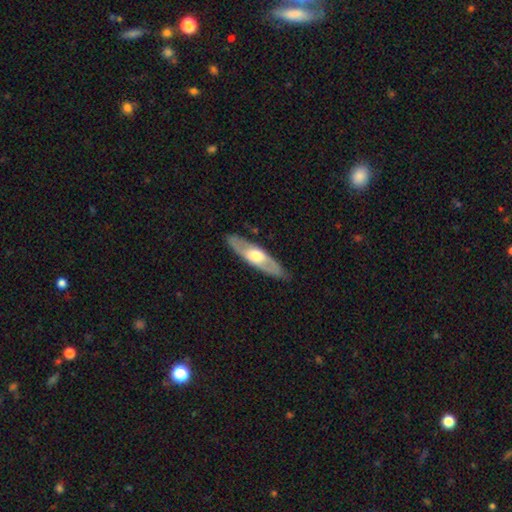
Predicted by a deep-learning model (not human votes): This is possibly a featured or disk galaxy (58%). It is possibly viewed edge-on (53%). Merging: clearly none (86%).